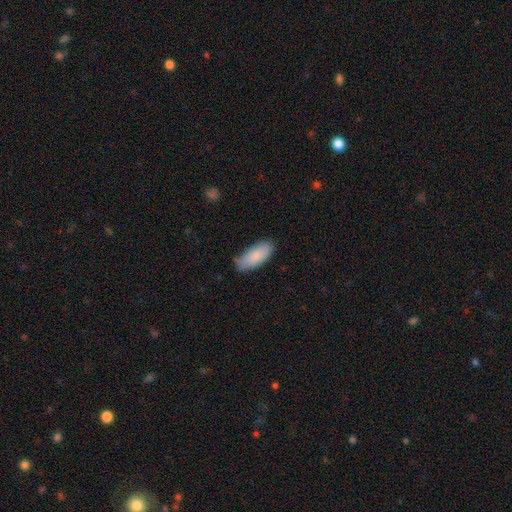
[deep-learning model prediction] Smooth or featured: smooth — 86% (featured or disk — 8%)
How rounded: in between — 84% (cigar-shaped — 14%)
Merging: none — 79% (minor disturbance — 17%)